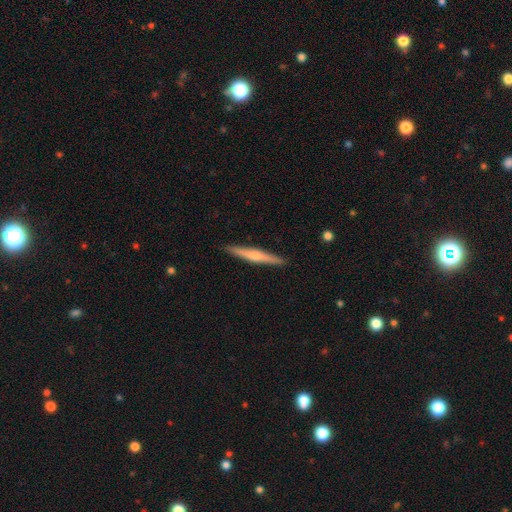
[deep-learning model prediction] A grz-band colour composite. It shows a featured or disk galaxy (50%). Merging: none (92%).